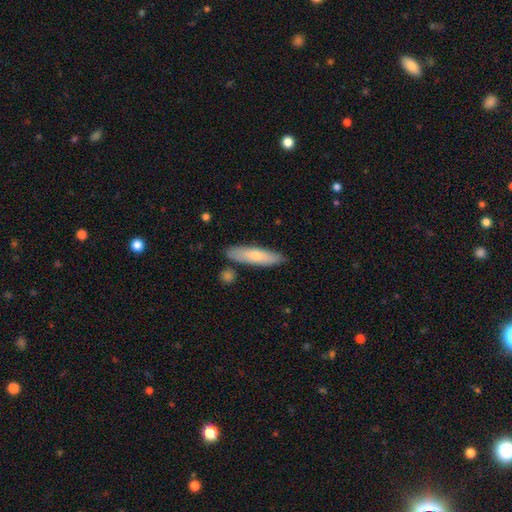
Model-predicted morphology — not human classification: This is likely a smooth galaxy (68%). How rounded: likely cigar-shaped (70%). Merging: clearly none (82%).